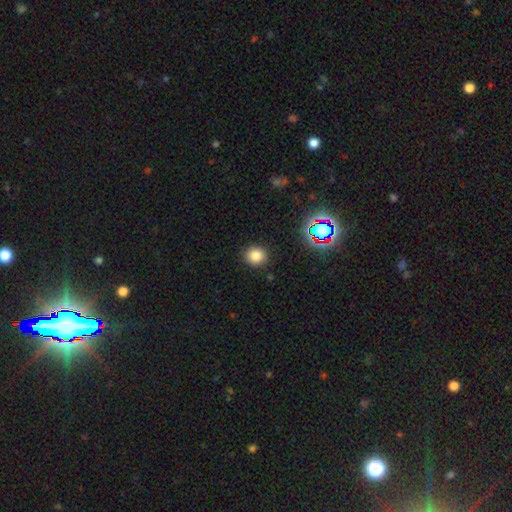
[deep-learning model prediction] Smooth or featured? Predicted: smooth (p=0.80). How rounded? Predicted: round (p=0.84). Merging? Predicted: none (p=0.90).